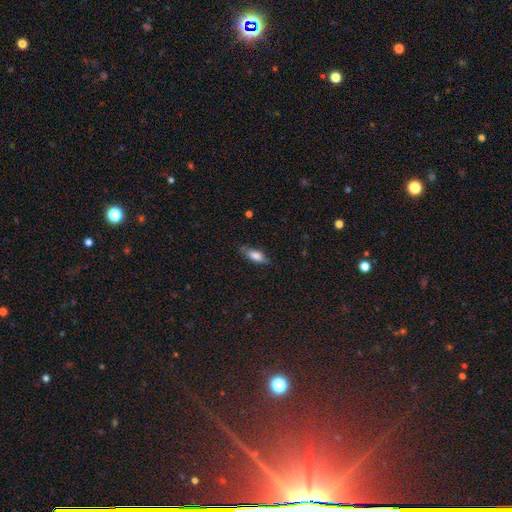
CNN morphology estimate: This appears to be a smooth galaxy with no disk features (73%) that is in between round and cigar-shaped (64%). Merging: none (76%).